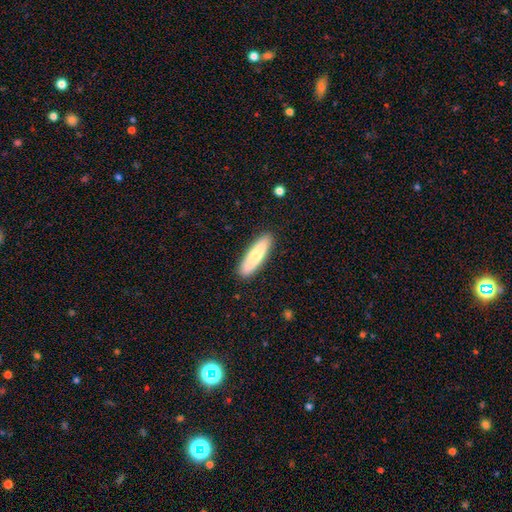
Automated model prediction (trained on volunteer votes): The model was most divided on "how rounded": cigar-shaped: 69%, in between: 29%, round: 1%. More confident: merging — none (89%); smooth or featured — smooth (76%).